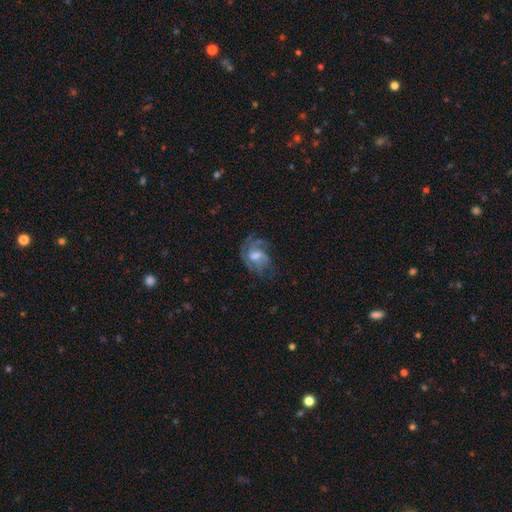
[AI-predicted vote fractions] smooth-or-featured: featured or disk: 72% | smooth: 19% | star or artifact: 8%
  disk-edge-on: no: 97% | yes: 3%
    bar: weak: 47% | no: 42% | strong: 11%
    has-spiral-arms: yes: 86% | no: 14%
      spiral-winding: medium: 44% | tight: 33% | loose: 22%
      spiral-arm-count: can't tell: 31% | 3: 27% | 2: 21% | 4: 9% | 1: 7% | more than 4: 4%
    bulge-size: moderate: 52% | small: 21% | large: 14% | none: 11% | dominant: 1%
  merging: none: 49% | major disturbance: 26% | minor disturbance: 23% | merger: 2%